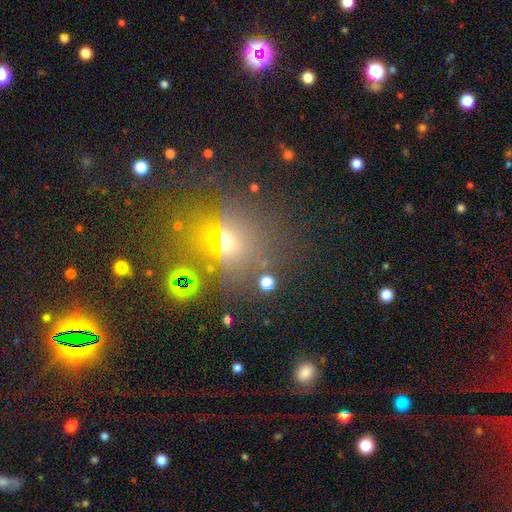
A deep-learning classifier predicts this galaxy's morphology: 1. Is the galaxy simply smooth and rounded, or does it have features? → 52% star or artifact, 36% smooth, 12% featured or disk.